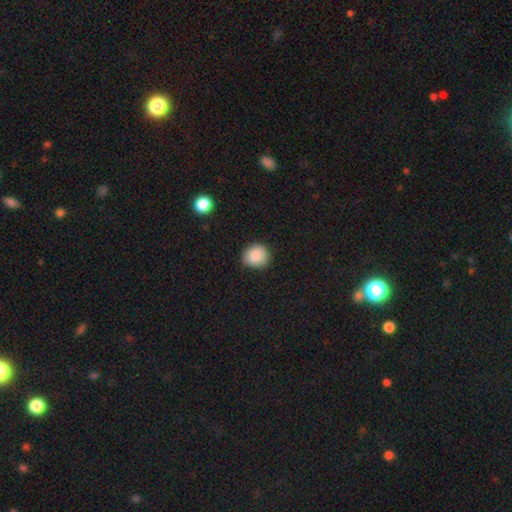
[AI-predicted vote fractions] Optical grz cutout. It shows a smooth galaxy with no disk features (88%) that is round (81%). Merging: none (79%).